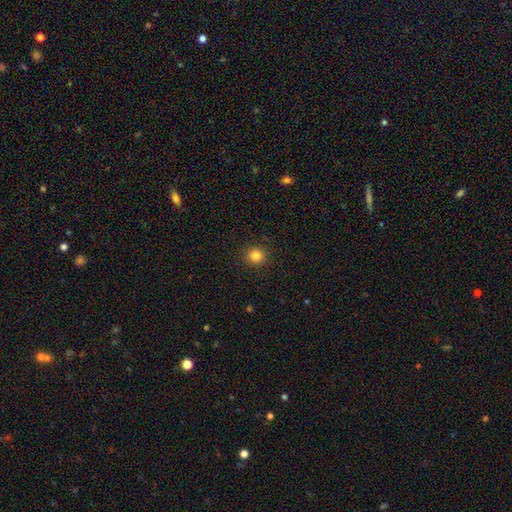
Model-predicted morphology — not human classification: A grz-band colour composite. It shows a smooth galaxy with no disk features (83%) that is round (94%). Merging: none (92%).